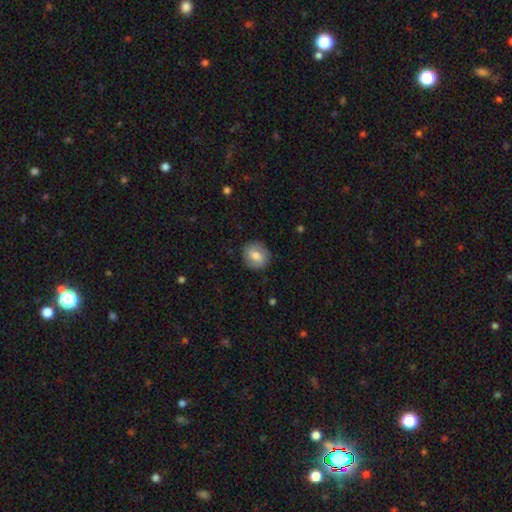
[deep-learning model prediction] This appears to be a smooth galaxy with no disk features (70%) that is round (71%). Merging: none (84%).